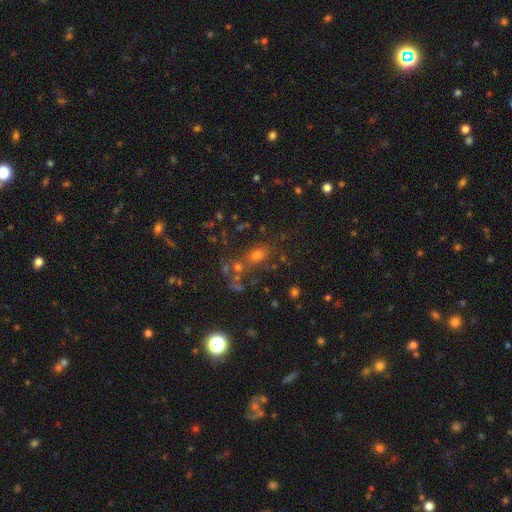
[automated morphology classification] Smooth or featured? Predicted: smooth (p=0.42, tied with star or artifact). Merging? Predicted: none (p=0.59).